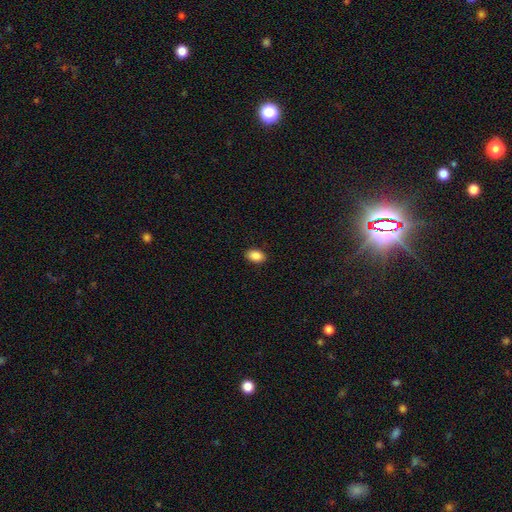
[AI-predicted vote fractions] This appears to be a smooth galaxy with no disk features (89%) that is in between round and cigar-shaped (89%). Merging: none (89%).